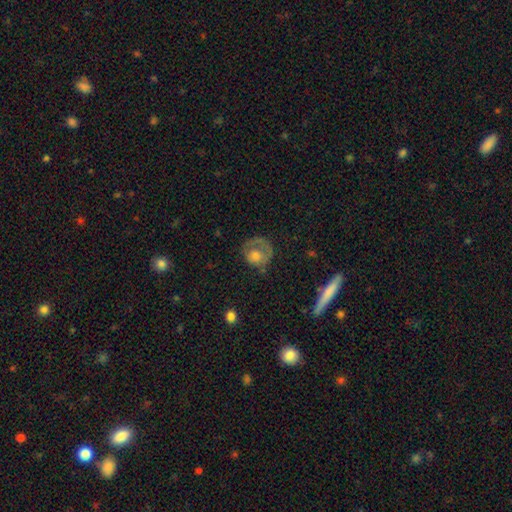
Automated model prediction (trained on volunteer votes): A smooth galaxy with no disk features (49%).

Vote fractions:
- Smooth or featured? smooth: 49% / featured or disk: 43% / star or artifact: 8%
- Merging? none: 50% / major disturbance: 25% / minor disturbance: 22% / merger: 3%